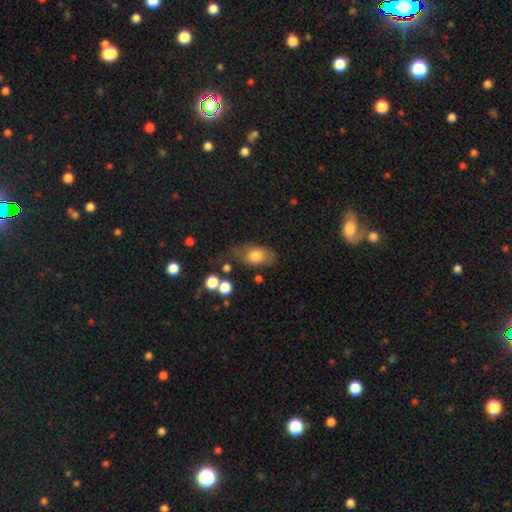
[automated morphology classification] Q: Smooth or featured?
A: smooth (75%); runner-up: featured or disk (17%)
Q: How rounded?
A: in between (83%); runner-up: round (13%)
Q: Merging?
A: none (58%); runner-up: minor disturbance (25%)